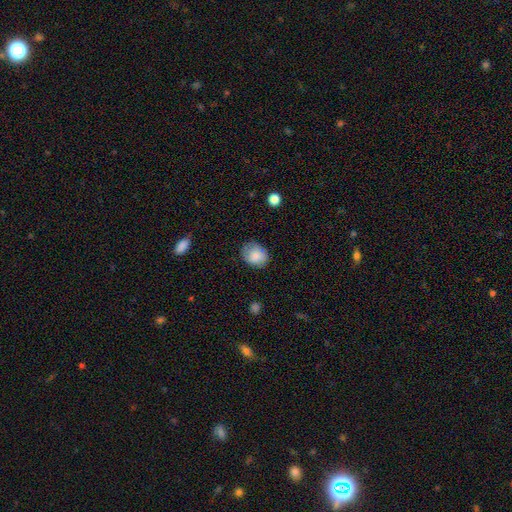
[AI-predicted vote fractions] The model was most divided on "how rounded": round: 53%, in between: 46%, cigar-shaped: 1%. More confident: smooth or featured — smooth (81%); merging — none (74%).